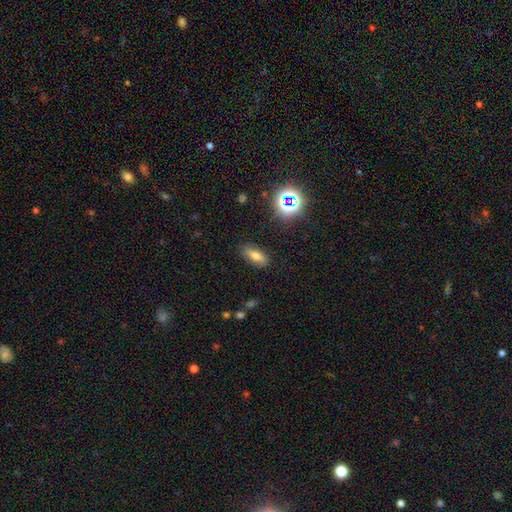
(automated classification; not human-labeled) A smooth galaxy with no disk features (70%) that is in between round and cigar-shaped (72%). Merging: none (86%).